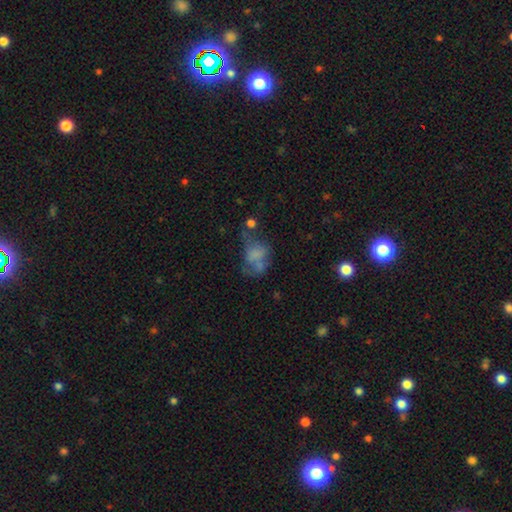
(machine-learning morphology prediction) Smooth or featured? Predicted: smooth (p=0.48). Merging? Predicted: major disturbance (p=0.34).